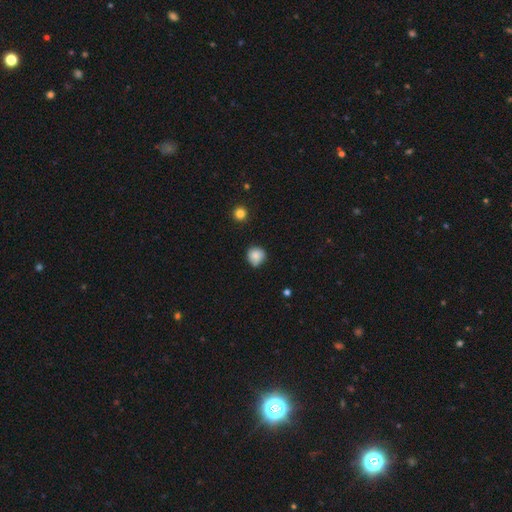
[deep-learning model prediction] Smooth or featured? smooth (85%)
How rounded? round (89%)
Merging? none (77%)